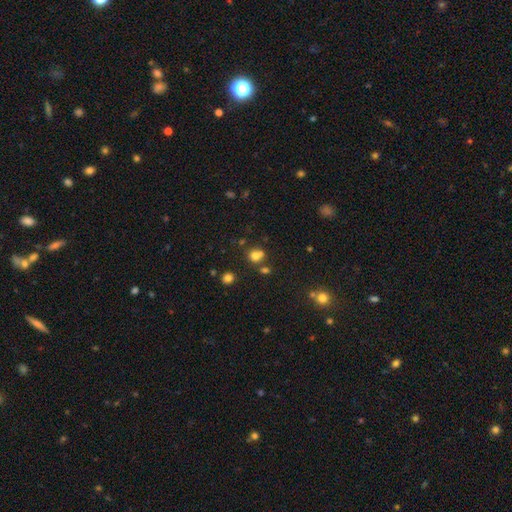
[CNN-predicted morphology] smooth_or_featured: smooth (p=0.72) [alt: star or artifact p=0.17]
how_rounded: round (p=0.73) [alt: in between p=0.26]
merging: none (p=0.50) [alt: merger p=0.34]